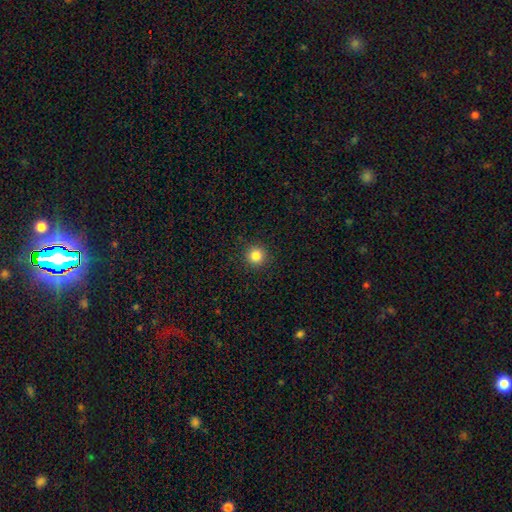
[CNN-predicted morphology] The model was most divided on "smooth or featured": smooth: 83%, star or artifact: 12%, featured or disk: 5%. More confident: how rounded — round (95%); merging — none (93%).